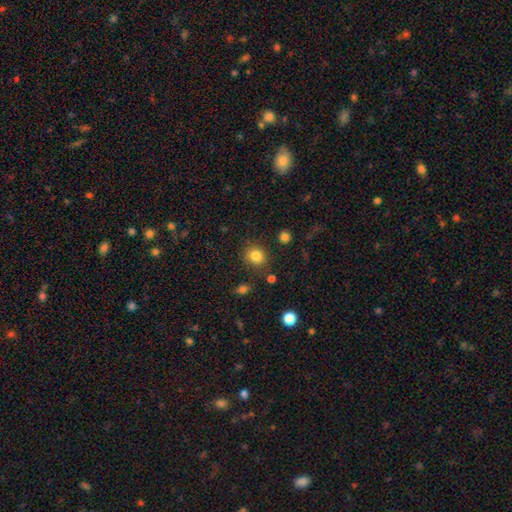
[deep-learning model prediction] smooth 83%, star or artifact 12%, featured or disk 6%. Down the decision tree: how rounded — round (78%); merging — none (83%).